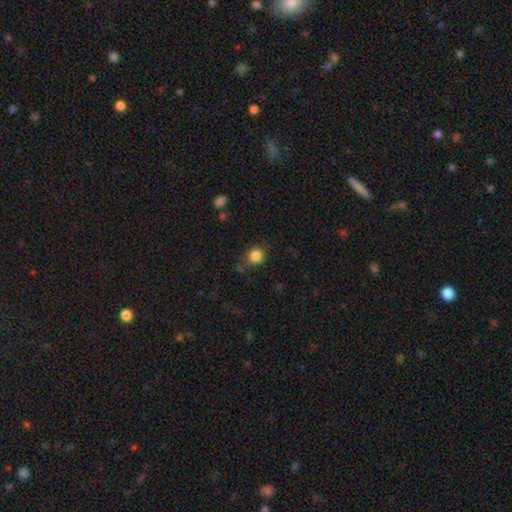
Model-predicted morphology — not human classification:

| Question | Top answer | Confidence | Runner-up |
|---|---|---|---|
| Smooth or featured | smooth | 85% | star or artifact (11%) |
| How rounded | round | 86% | in between (13%) |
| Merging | none | 80% | minor disturbance (13%) |